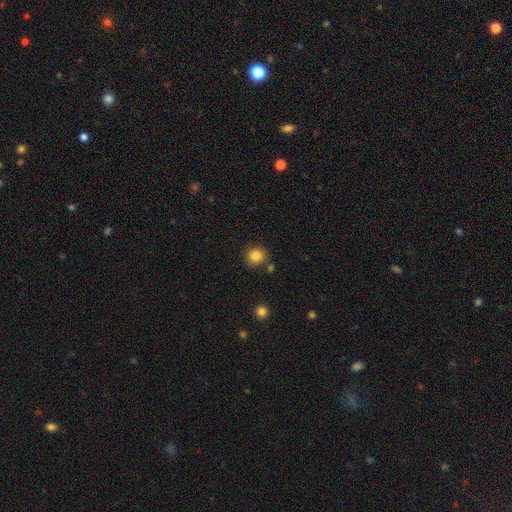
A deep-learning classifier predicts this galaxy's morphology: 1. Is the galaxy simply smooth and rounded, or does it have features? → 85% smooth, 10% star or artifact, 5% featured or disk.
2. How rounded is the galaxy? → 89% round, 10% in between, 1% cigar-shaped.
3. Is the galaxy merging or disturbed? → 84% none, 8% minor disturbance, 5% merger, 3% major disturbance.